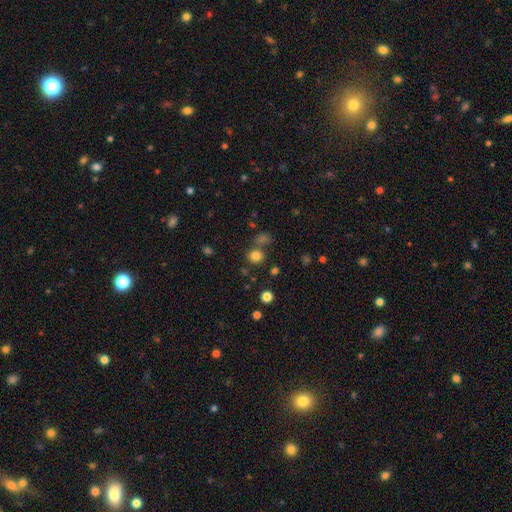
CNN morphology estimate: The model was most divided on "merging": none: 71%, merger: 17%, minor disturbance: 9%, major disturbance: 4%. More confident: how rounded — round (83%); smooth or featured — smooth (79%).